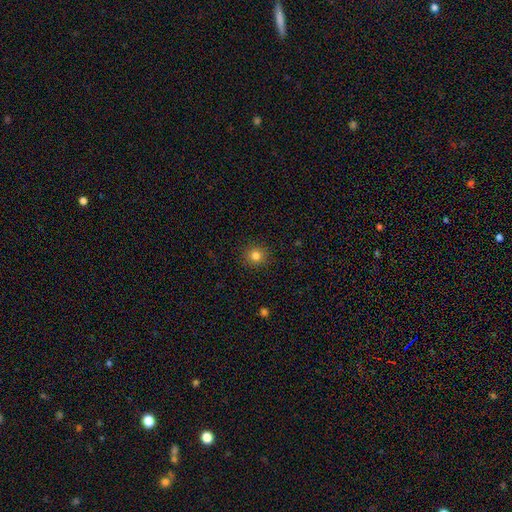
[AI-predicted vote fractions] Morphology: type=smooth (82%); roundness=round (92%); merging=none (91%).